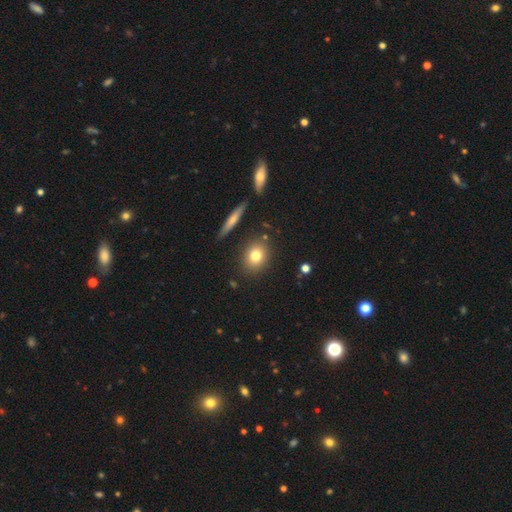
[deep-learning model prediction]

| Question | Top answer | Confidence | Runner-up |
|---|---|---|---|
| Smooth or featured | smooth | 77% | featured or disk (12%) |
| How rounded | round | 62% | in between (35%) |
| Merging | none | 85% | minor disturbance (8%) |